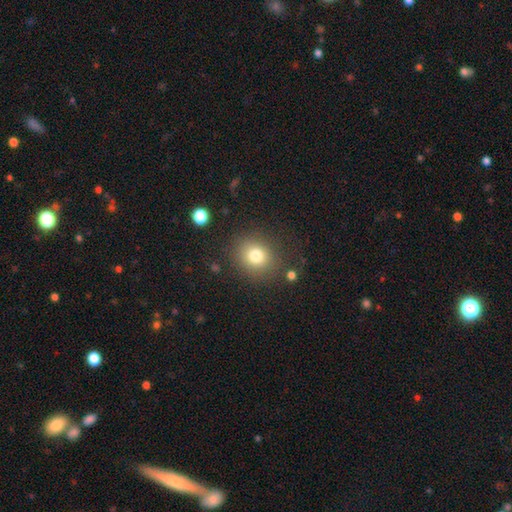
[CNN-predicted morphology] smooth-or-featured: smooth: 78% | star or artifact: 13% | featured or disk: 9%
  how-rounded: round: 79% | in between: 20% | cigar-shaped: 1%
  merging: none: 83% | minor disturbance: 10% | major disturbance: 5% | merger: 3%